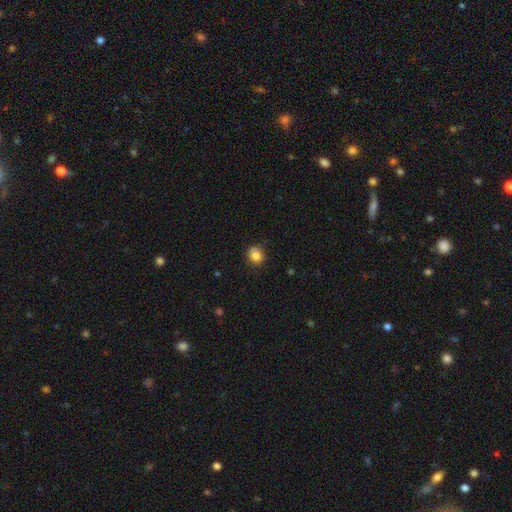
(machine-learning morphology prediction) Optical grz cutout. It shows a smooth galaxy with no disk features (84%) that is round (71%). Merging: none (78%).